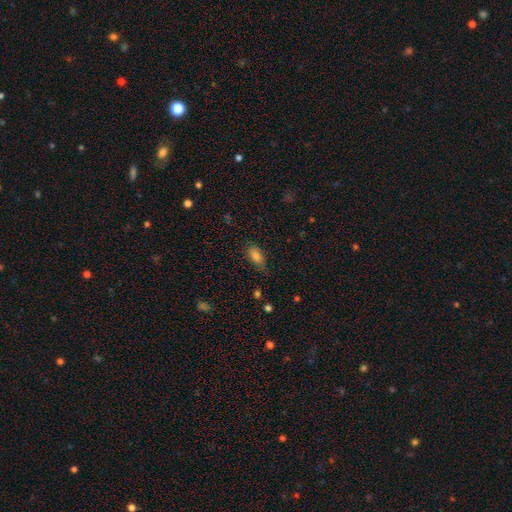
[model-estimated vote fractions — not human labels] Smooth or featured? smooth (82%)
How rounded? in between (89%)
Merging? none (71%)